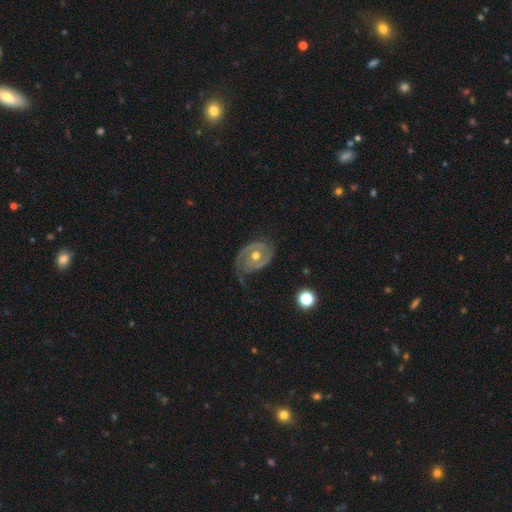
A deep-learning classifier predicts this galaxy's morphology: Smooth or featured? Predicted: featured or disk (p=0.86). Edge-on disk? Predicted: no (p=0.97). Bar? Predicted: no (p=0.71). Spiral arms? Predicted: yes (p=0.92). Spiral winding? Predicted: tight (p=0.53). Spiral arm count? Predicted: 2 (p=0.65). Bulge size? Predicted: moderate (p=0.79). Merging? Predicted: none (p=0.57).